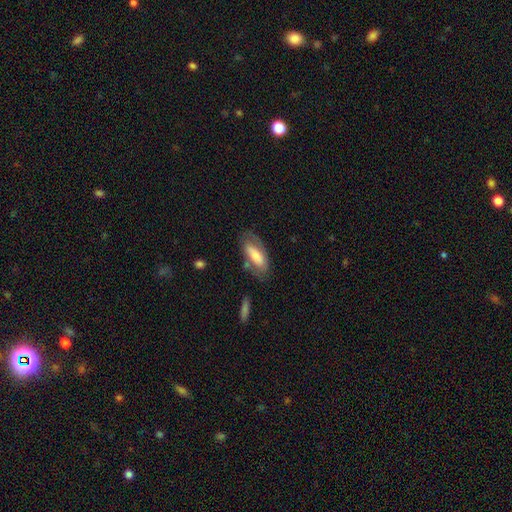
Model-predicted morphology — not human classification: smooth_or_featured: smooth (p=0.58) [alt: featured or disk p=0.36]
how_rounded: in between (p=0.77) [alt: cigar-shaped p=0.21]
merging: none (p=0.64) [alt: minor disturbance p=0.20]